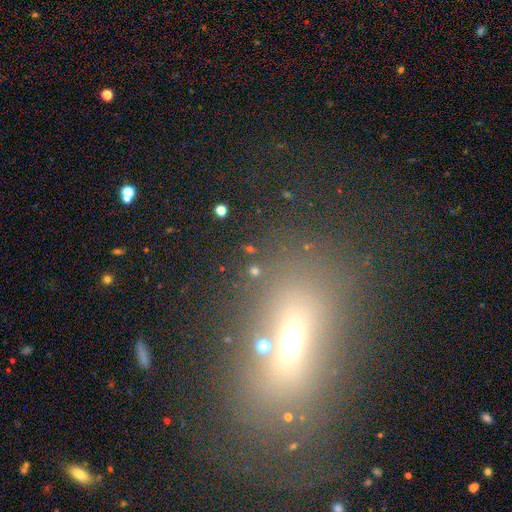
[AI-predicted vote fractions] Overall: smooth (50%; star or artifact 31%). Merging: none (69%).